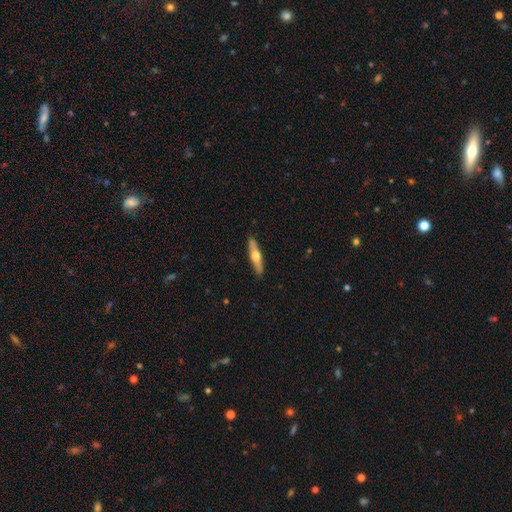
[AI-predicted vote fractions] smooth-or-featured: featured or disk: 56% | smooth: 39% | star or artifact: 5%
  disk-edge-on: yes: 94% | no: 6%
    edge-on-bulge: rounded: 94% | none: 4% | boxy: 2%
  merging: none: 90% | minor disturbance: 7% | major disturbance: 1% | merger: 1%